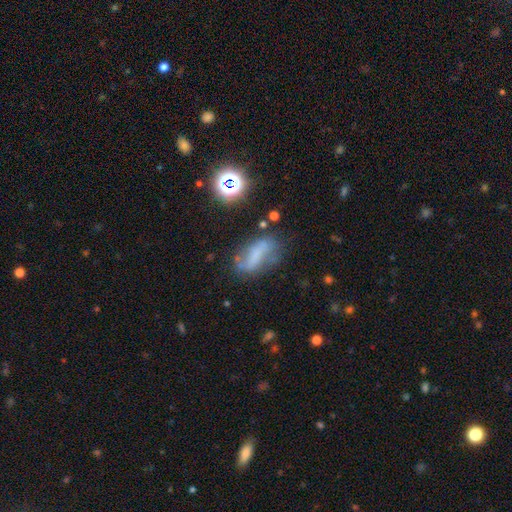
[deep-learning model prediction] Smooth or featured?
  - featured or disk: 44% *
  - smooth: 40%
  - star or artifact: 16%
Merging?
  - none: 50% *
  - minor disturbance: 26%
  - major disturbance: 17%
  - merger: 7%